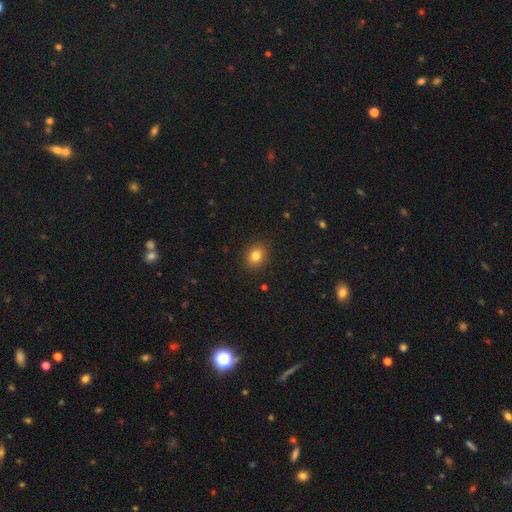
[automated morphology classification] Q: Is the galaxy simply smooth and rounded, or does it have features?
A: smooth — 82%.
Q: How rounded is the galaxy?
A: round — 62%.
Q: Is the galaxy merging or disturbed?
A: none — 90%.